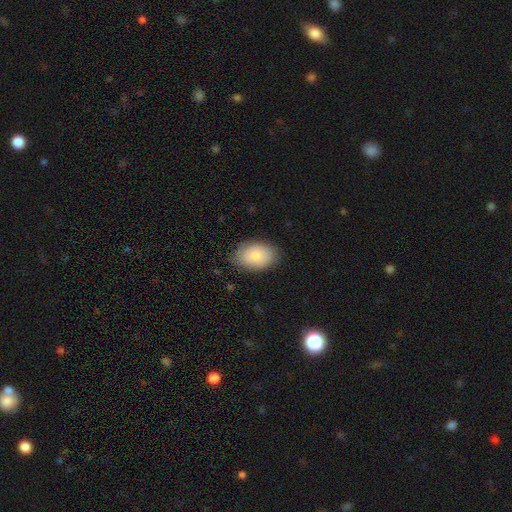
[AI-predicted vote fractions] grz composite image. It shows a smooth galaxy with no disk features (81%) that is in between round and cigar-shaped (84%). Merging: none (81%).